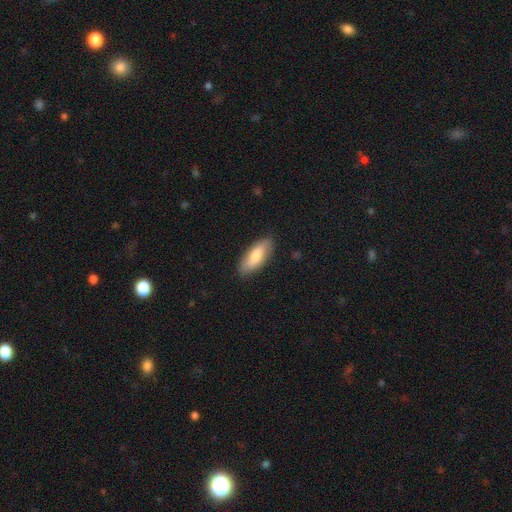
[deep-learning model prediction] This is likely a smooth galaxy (75%). How rounded: likely in between (76%). Merging: clearly none (85%).